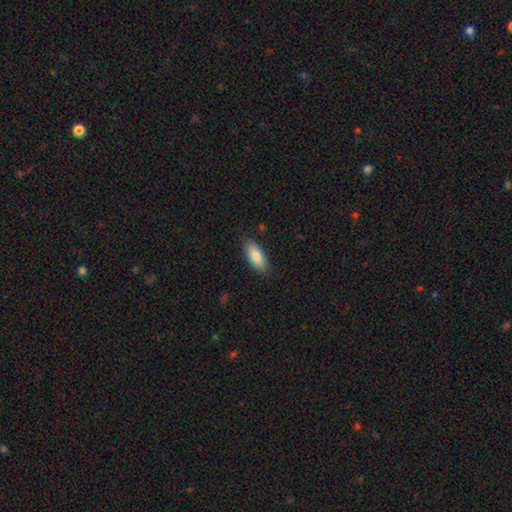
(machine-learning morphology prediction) A smooth galaxy with no disk features (86%) that is in between round and cigar-shaped (83%). Merging: none (86%).